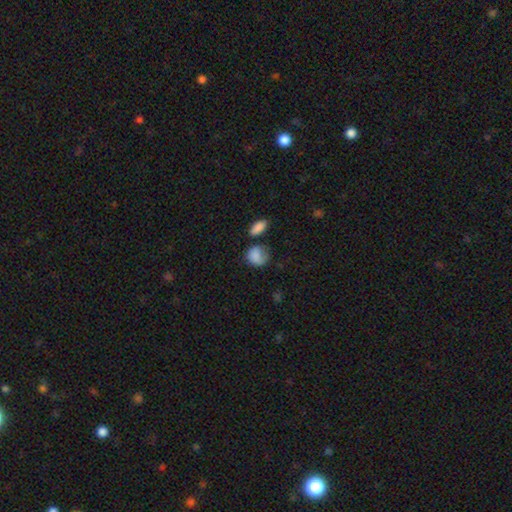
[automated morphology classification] A smooth galaxy with no disk features (82%) that is round (56%). Merging: none (44%).